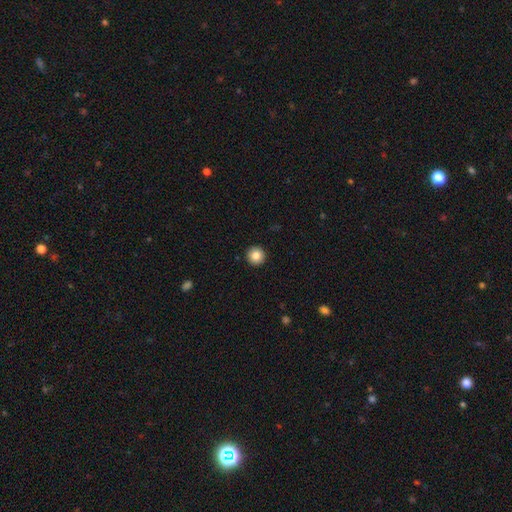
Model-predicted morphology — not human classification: Smooth or featured: smooth — 85% (star or artifact — 9%)
How rounded: round — 96% (in between — 3%)
Merging: none — 93% (minor disturbance — 4%)